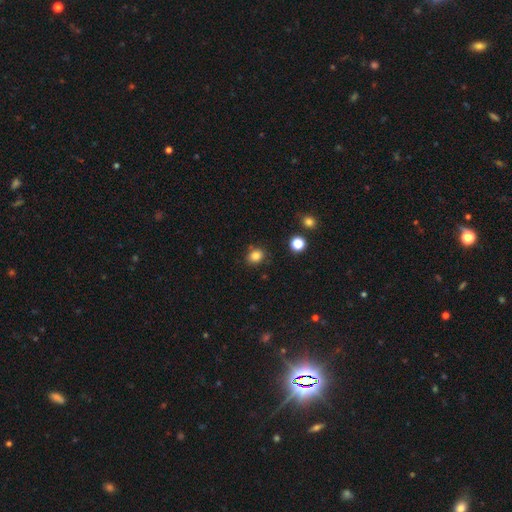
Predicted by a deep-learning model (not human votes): smooth 83%, star or artifact 12%, featured or disk 5%. Down the decision tree: how rounded — round (68%); merging — none (83%).